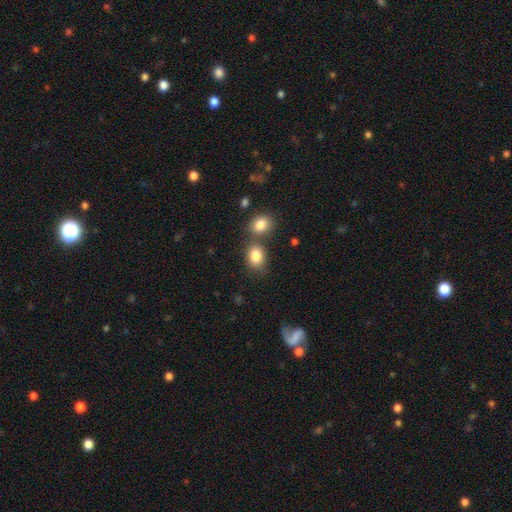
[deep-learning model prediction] smooth 85%, star or artifact 9%, featured or disk 6%. Down the decision tree: how rounded — in between (66%); merging — none (55%).